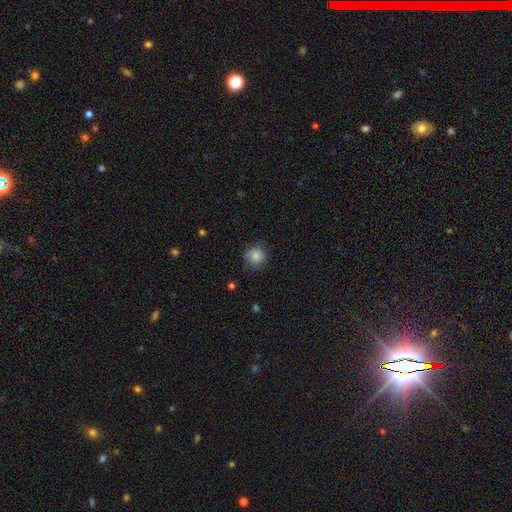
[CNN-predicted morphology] type=smooth (82%); roundness=round (89%); merging=none (72%).